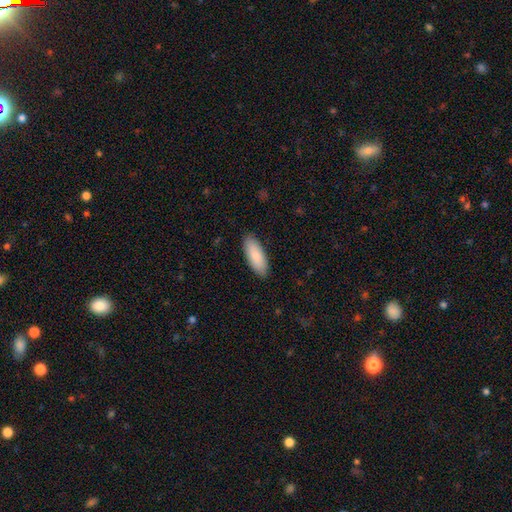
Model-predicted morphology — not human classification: The model was most divided on "how rounded": in between: 76%, cigar-shaped: 23%, round: 1%. More confident: merging — none (89%); smooth or featured — smooth (89%).